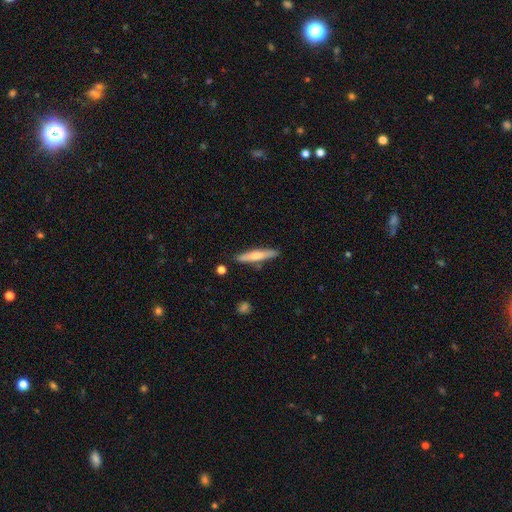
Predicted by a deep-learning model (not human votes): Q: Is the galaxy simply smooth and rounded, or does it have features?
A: smooth — 61%.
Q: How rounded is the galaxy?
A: cigar-shaped — 90%.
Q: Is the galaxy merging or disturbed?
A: none — 84%.